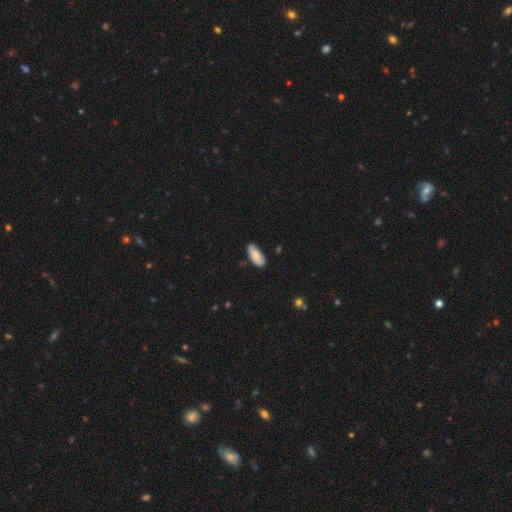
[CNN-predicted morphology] Smooth or featured: smooth — 79% (featured or disk — 15%)
How rounded: in between — 88% (cigar-shaped — 10%)
Merging: none — 71% (minor disturbance — 24%)